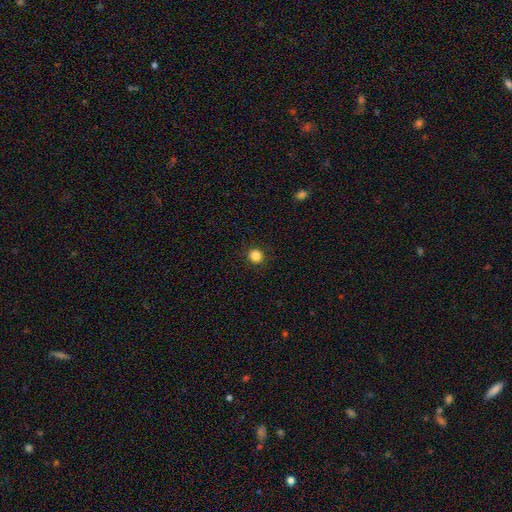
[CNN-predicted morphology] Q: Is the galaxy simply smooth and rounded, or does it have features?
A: smooth — 85%.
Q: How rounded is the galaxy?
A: round — 91%.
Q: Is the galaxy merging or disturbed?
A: none — 92%.